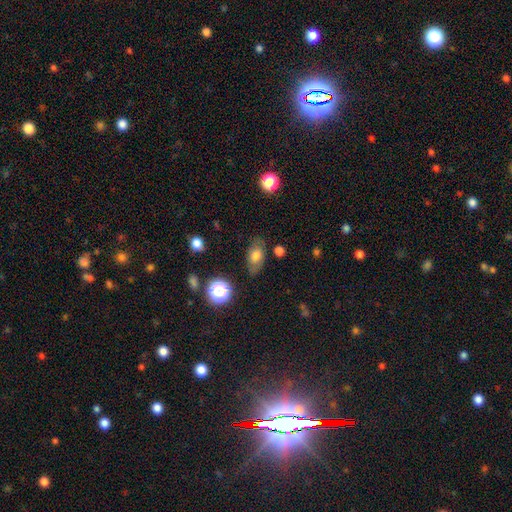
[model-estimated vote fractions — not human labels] The model was most divided on "smooth or featured": smooth: 71%, featured or disk: 18%, star or artifact: 11%. More confident: how rounded — in between (84%); merging — none (74%).